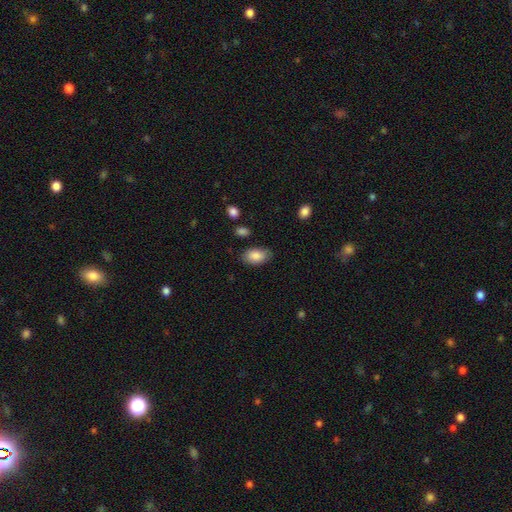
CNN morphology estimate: smooth-or-featured: smooth: 85% | featured or disk: 8% | star or artifact: 7%
  how-rounded: in between: 93% | round: 5% | cigar-shaped: 2%
  merging: none: 81% | minor disturbance: 14% | major disturbance: 3% | merger: 2%